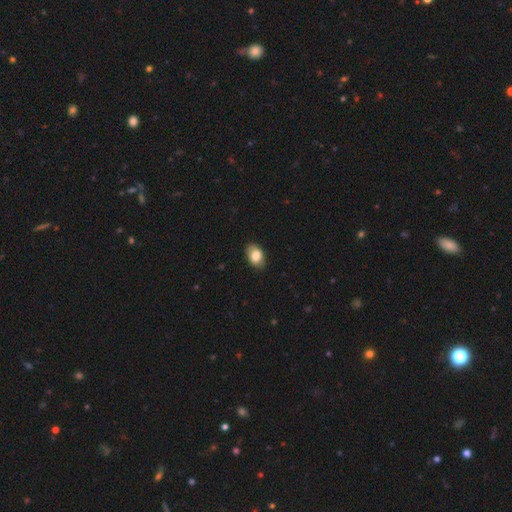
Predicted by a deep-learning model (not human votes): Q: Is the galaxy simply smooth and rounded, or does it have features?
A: smooth — 82%.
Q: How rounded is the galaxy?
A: in between — 89%.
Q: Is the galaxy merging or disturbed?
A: none — 85%.